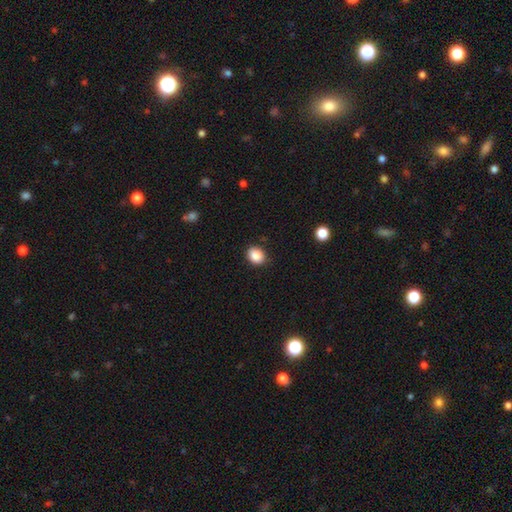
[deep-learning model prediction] smooth_or_featured: smooth (p=0.88) [alt: star or artifact p=0.09]
how_rounded: round (p=0.57) [alt: in between p=0.42]
merging: none (p=0.88) [alt: minor disturbance p=0.09]